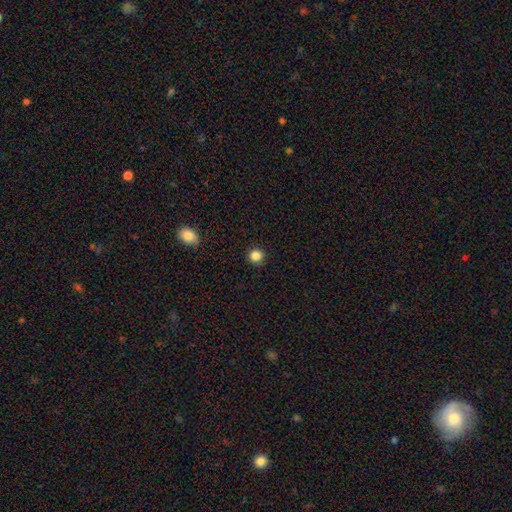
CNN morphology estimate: smooth_or_featured: smooth (p=0.85) [alt: star or artifact p=0.12]
how_rounded: round (p=0.95) [alt: in between p=0.05]
merging: none (p=0.92) [alt: minor disturbance p=0.05]